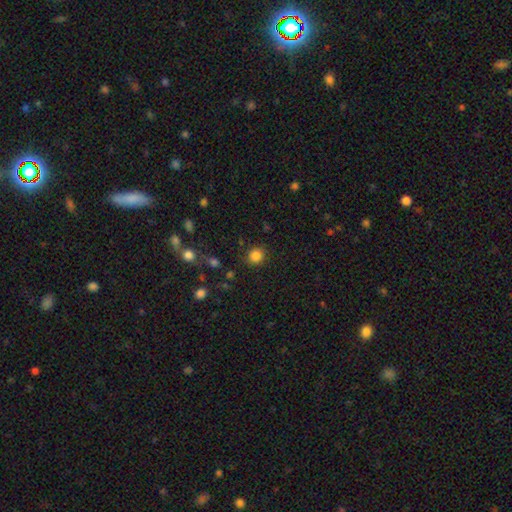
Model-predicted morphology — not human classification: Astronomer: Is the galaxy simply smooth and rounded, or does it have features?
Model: smooth — 84%.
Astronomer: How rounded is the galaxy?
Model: round — 87%.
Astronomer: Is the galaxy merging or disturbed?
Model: none — 85%.